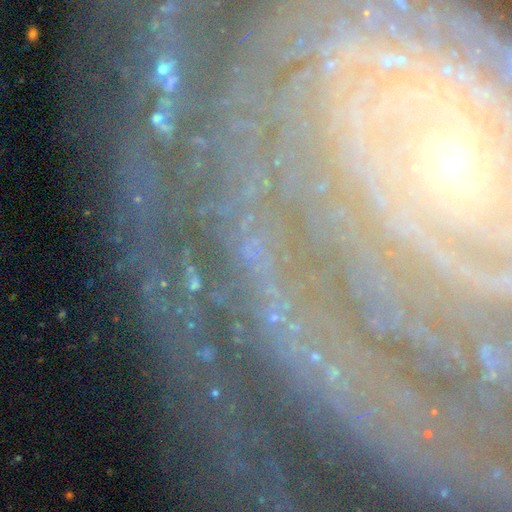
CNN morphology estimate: smooth_or_featured: star or artifact (p=0.69) [alt: featured or disk p=0.22]